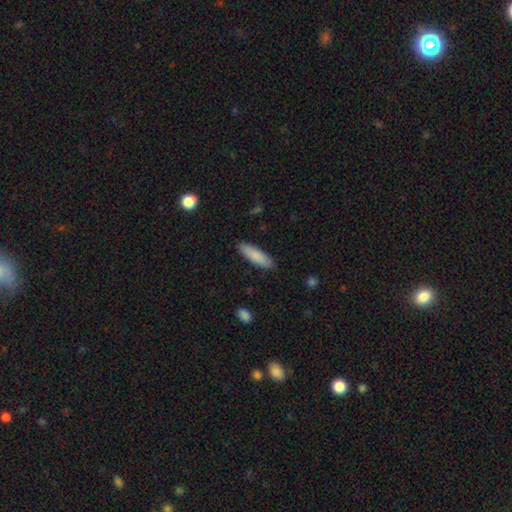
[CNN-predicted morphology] The model was most divided on "how rounded": cigar-shaped: 60%, in between: 39%, round: 1%. More confident: merging — none (89%); smooth or featured — smooth (85%).